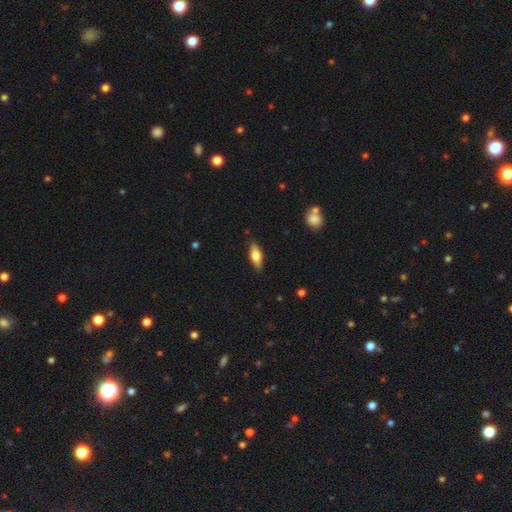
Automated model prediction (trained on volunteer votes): This appears to be a smooth galaxy with no disk features (66%) that is in between round and cigar-shaped (64%). Merging: none (86%).